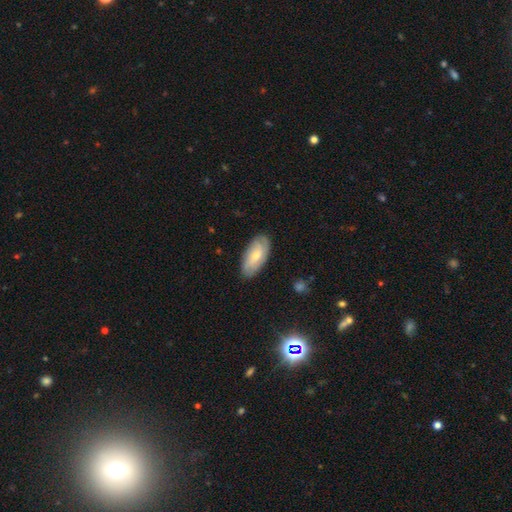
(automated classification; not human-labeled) smooth 49%, featured or disk 45%, star or artifact 6%. Down the decision tree: merging — none (84%).